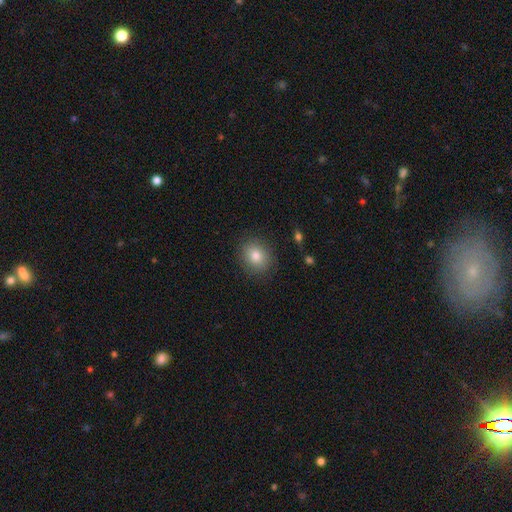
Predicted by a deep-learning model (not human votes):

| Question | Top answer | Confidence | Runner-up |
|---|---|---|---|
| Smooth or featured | smooth | 83% | star or artifact (9%) |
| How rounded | round | 58% | in between (41%) |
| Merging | none | 87% | minor disturbance (9%) |